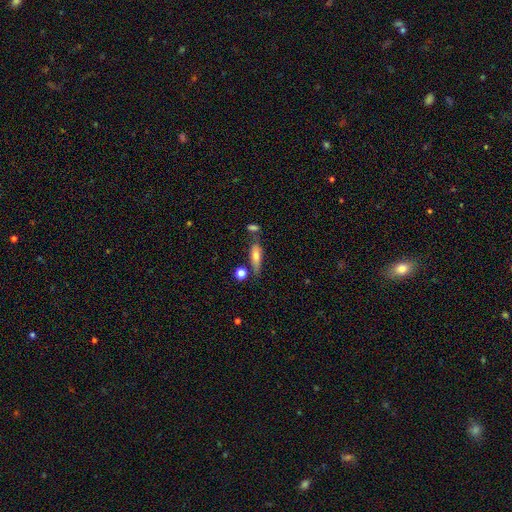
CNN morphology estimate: Smooth or featured? smooth (61%)
How rounded? cigar-shaped (52%)
Merging? none (63%)